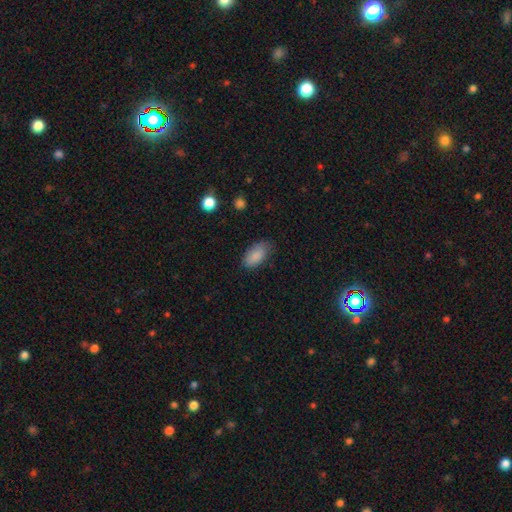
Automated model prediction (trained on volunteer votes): Overall: smooth (87%). How rounded: in between (93%). Merging: none (76%).